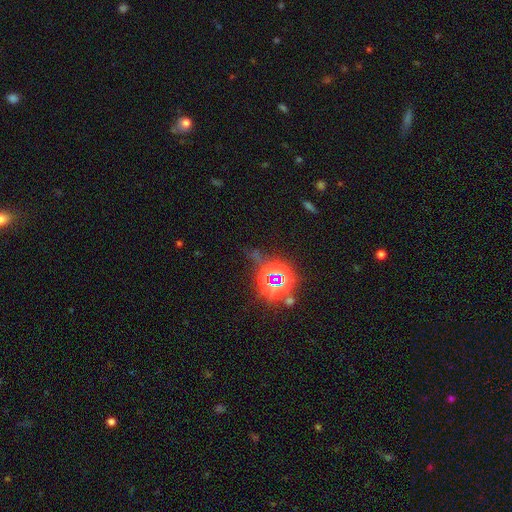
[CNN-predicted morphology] Smooth or featured? star or artifact (77%)